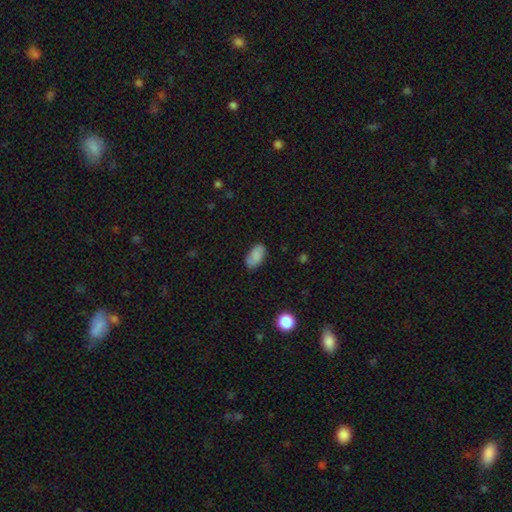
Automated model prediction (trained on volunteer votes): Smooth or featured? smooth (78%)
How rounded? in between (93%)
Merging? none (76%)